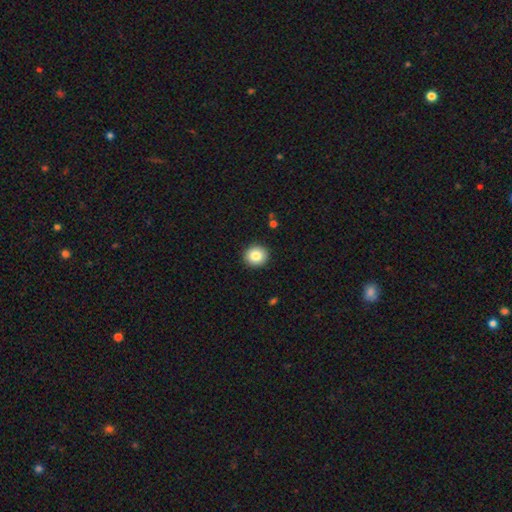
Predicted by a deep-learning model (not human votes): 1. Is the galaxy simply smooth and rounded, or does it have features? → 84% smooth, 9% star or artifact, 7% featured or disk.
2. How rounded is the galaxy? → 89% round, 10% in between, 1% cigar-shaped.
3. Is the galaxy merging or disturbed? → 92% none, 5% minor disturbance, 2% major disturbance, 1% merger.